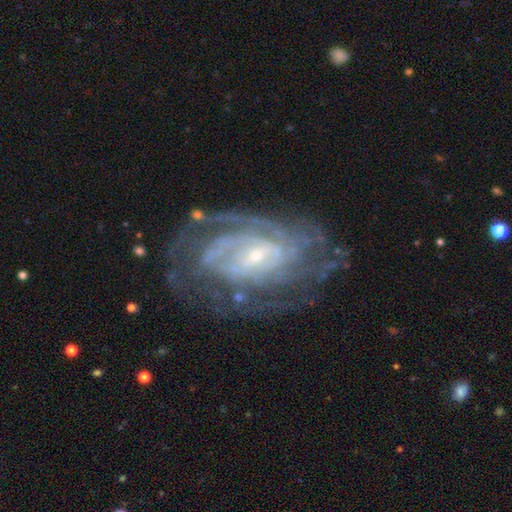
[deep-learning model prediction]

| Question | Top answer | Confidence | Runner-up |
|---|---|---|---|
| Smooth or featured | featured or disk | 88% | star or artifact (7%) |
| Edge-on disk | no | 96% | yes (4%) |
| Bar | no | 42% | weak (41%) |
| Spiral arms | yes | 95% | no (5%) |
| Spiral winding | tight | 67% | medium (26%) |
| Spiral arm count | can't tell | 36% | 2 (17%) |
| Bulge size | small | 78% | moderate (17%) |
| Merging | none | 69% | minor disturbance (18%) |